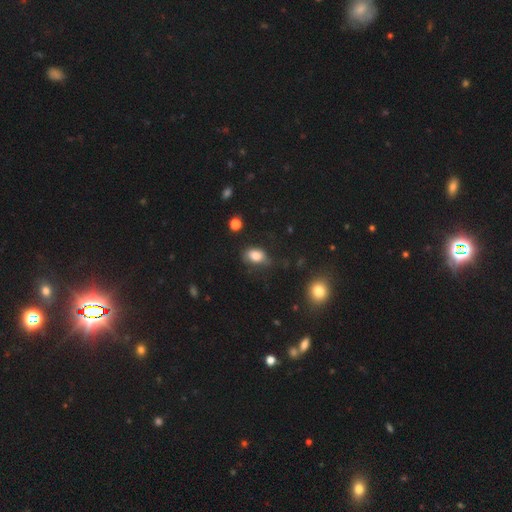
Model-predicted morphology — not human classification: Smooth or featured: smooth — 80% (star or artifact — 10%)
How rounded: in between — 80% (round — 18%)
Merging: none — 53% (minor disturbance — 32%)